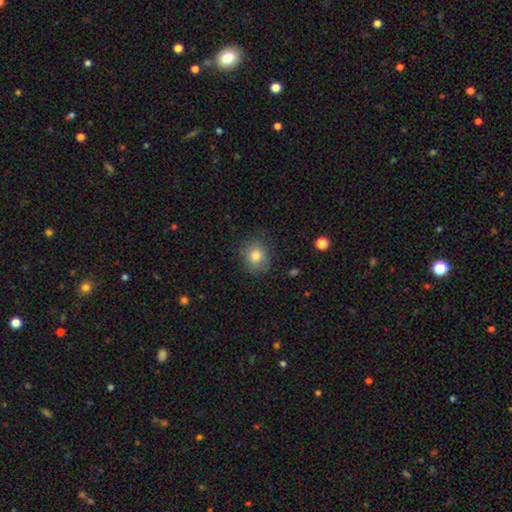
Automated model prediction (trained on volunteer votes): A smooth galaxy with no disk features (81%) that is round (74%). Merging: none (81%).